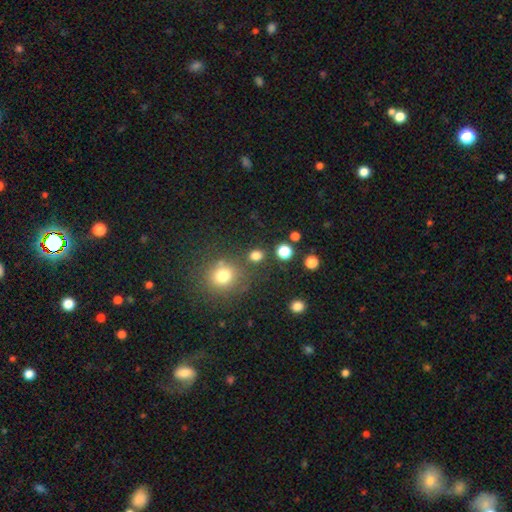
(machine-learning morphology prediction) The model was most divided on "how rounded": round: 79%, in between: 20%, cigar-shaped: 1%. More confident: merging — none (80%); smooth or featured — smooth (77%).